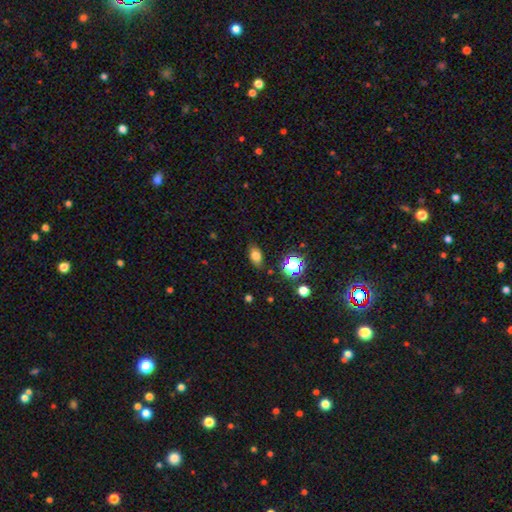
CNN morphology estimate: The model was most divided on "smooth or featured": smooth: 74%, star or artifact: 17%, featured or disk: 9%. More confident: merging — none (83%); how rounded — in between (83%).